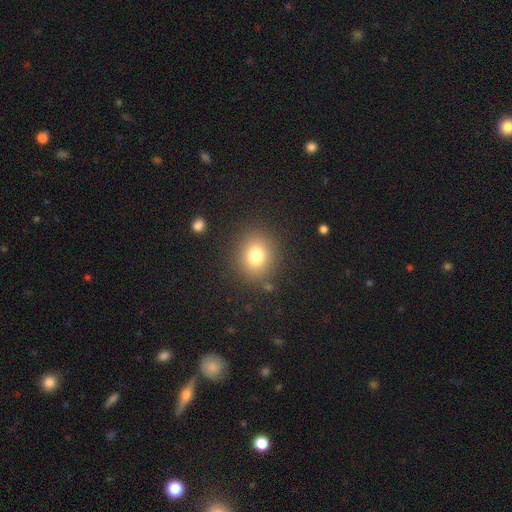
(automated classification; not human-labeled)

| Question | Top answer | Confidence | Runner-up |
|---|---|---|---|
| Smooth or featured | smooth | 77% | star or artifact (13%) |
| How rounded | round | 79% | in between (21%) |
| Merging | none | 86% | minor disturbance (8%) |